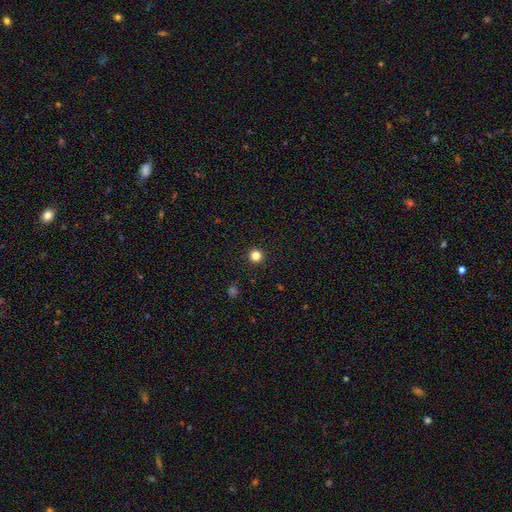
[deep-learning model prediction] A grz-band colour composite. It shows a smooth galaxy with no disk features (83%) that is round (96%). Merging: none (94%).